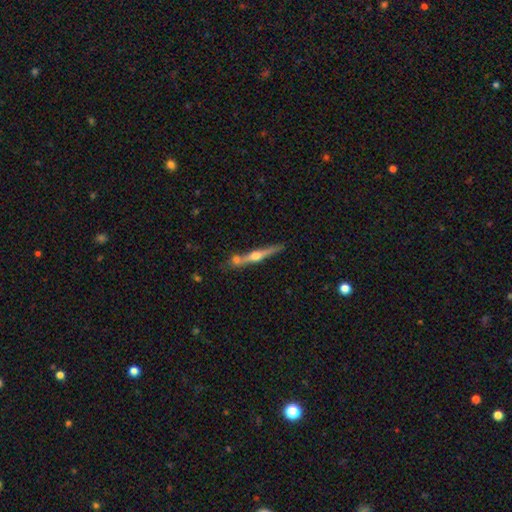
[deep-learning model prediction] Morphology: type=featured or disk (71%); edge-on=yes (97%); edge-on bulge=rounded (94%); merging=none (68%).